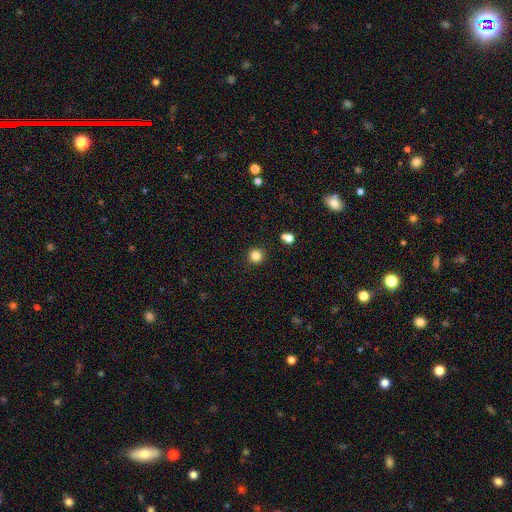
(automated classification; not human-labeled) Smooth or featured? Predicted: smooth (p=0.84). How rounded? Predicted: round (p=0.94). Merging? Predicted: none (p=0.90).